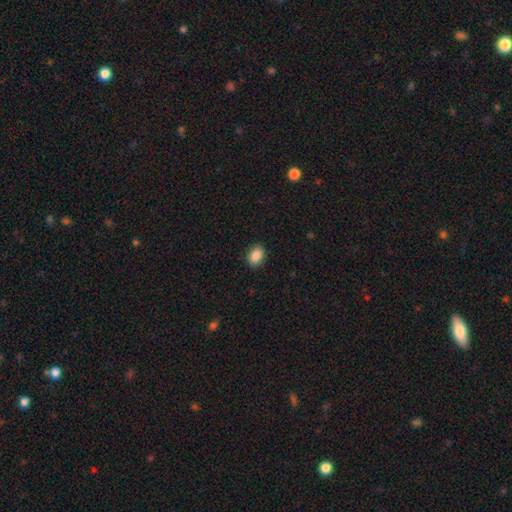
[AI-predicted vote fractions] Q: Smooth or featured?
A: smooth (88%); runner-up: star or artifact (8%)
Q: How rounded?
A: in between (72%); runner-up: round (27%)
Q: Merging?
A: none (89%); runner-up: minor disturbance (8%)